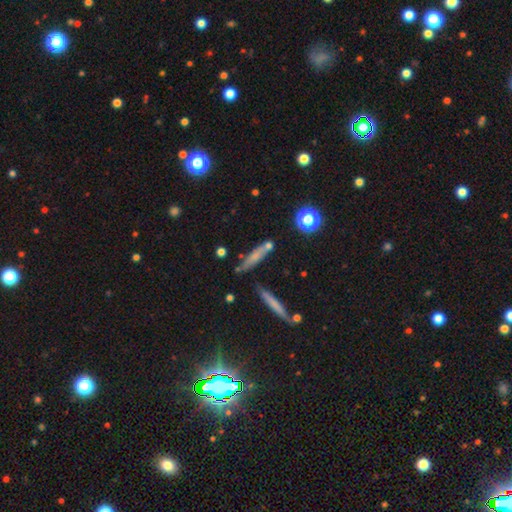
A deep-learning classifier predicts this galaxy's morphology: A smooth galaxy with no disk features (61%) that is cigar-shaped (84%). Merging: none (67%).